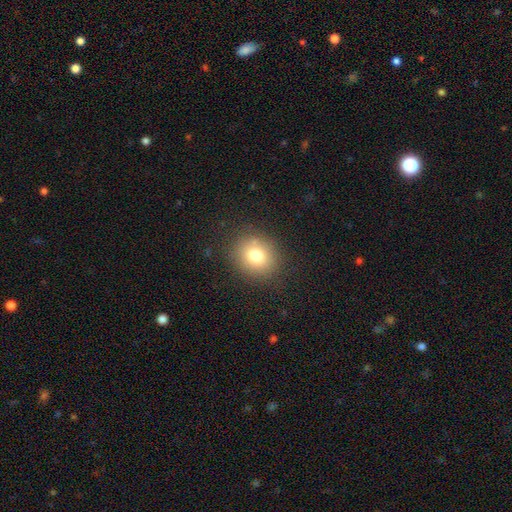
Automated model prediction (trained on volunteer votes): A smooth galaxy with no disk features (77%) that is round (78%).

Vote fractions:
- Smooth or featured? smooth: 77% / star or artifact: 13% / featured or disk: 10%
- How rounded? round: 78% / in between: 21% / cigar-shaped: 1%
- Merging? none: 85% / minor disturbance: 9% / major disturbance: 4% / merger: 2%